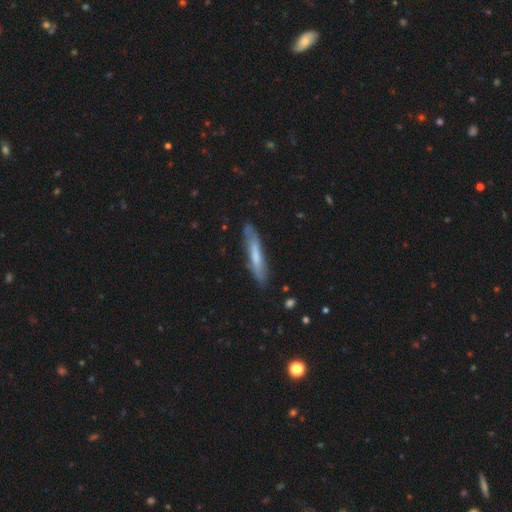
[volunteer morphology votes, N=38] smooth_or_featured: smooth (p=0.63) [alt: featured or disk p=0.37]
how_rounded: cigar-shaped (p=0.92) [alt: round p=0.04]
merging: none (p=0.66) [alt: minor disturbance p=0.21]